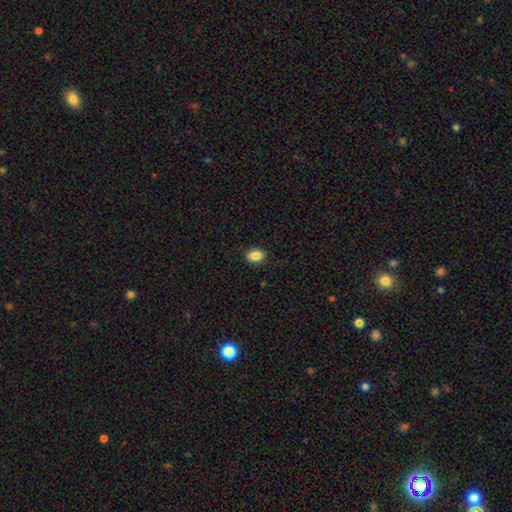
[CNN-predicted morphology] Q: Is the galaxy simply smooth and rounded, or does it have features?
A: smooth — 86%.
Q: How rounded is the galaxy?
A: in between — 73%.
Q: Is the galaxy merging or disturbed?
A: none — 88%.